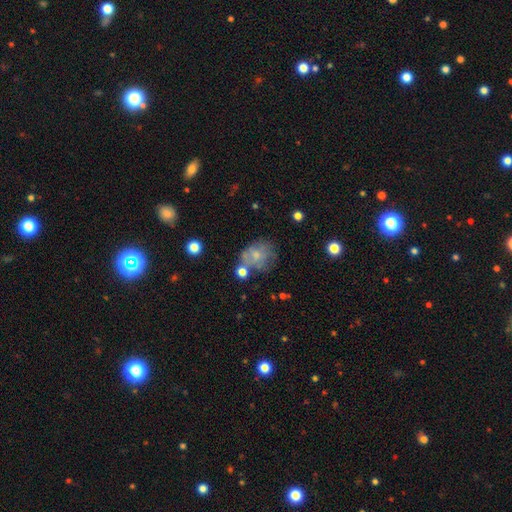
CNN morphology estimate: type=smooth (54%); roundness=round (55%); merging=none (41%).